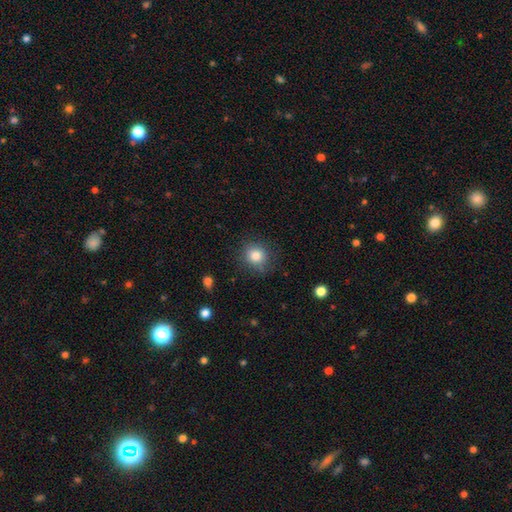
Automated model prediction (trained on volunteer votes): Overall: smooth (82%). How rounded: round (87%). Merging: none (83%).